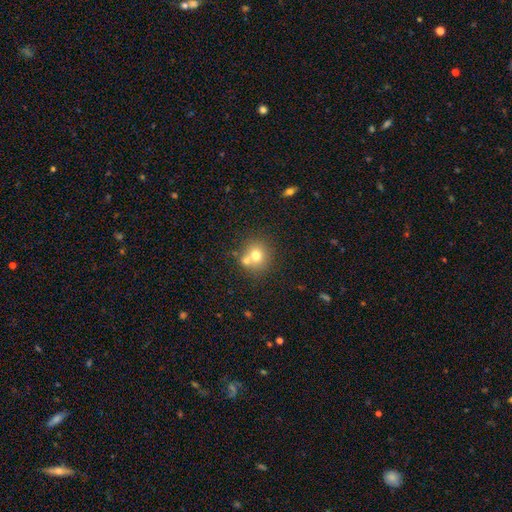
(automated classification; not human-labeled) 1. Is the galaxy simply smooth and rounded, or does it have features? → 71% smooth, 16% featured or disk, 13% star or artifact.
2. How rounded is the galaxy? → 85% round, 14% in between, 1% cigar-shaped.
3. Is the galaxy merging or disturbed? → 54% none, 35% merger, 8% minor disturbance, 3% major disturbance.